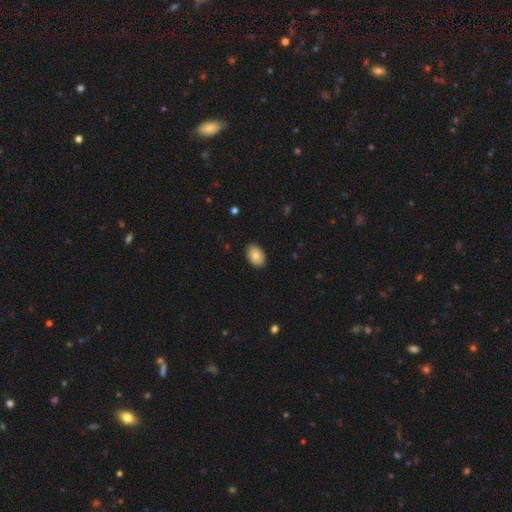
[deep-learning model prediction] Smooth or featured?
  - smooth: 85% *
  - featured or disk: 8%
  - star or artifact: 7%
How rounded?
  - in between: 86% *
  - round: 13%
  - cigar-shaped: 1%
Merging?
  - none: 86% *
  - minor disturbance: 11%
  - major disturbance: 2%
  - merger: 1%